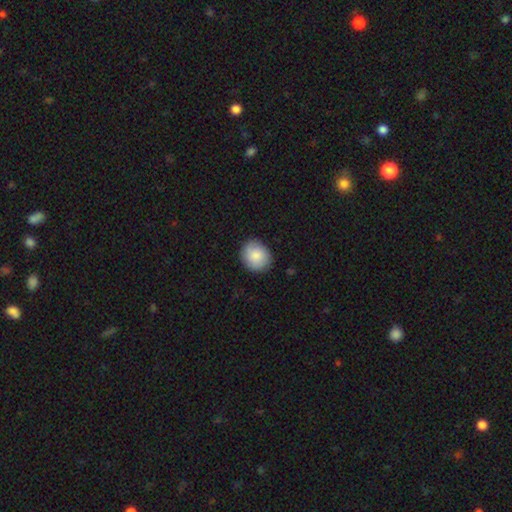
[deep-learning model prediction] smooth 86%, featured or disk 7%, star or artifact 6%. Down the decision tree: how rounded — round (76%); merging — none (87%).